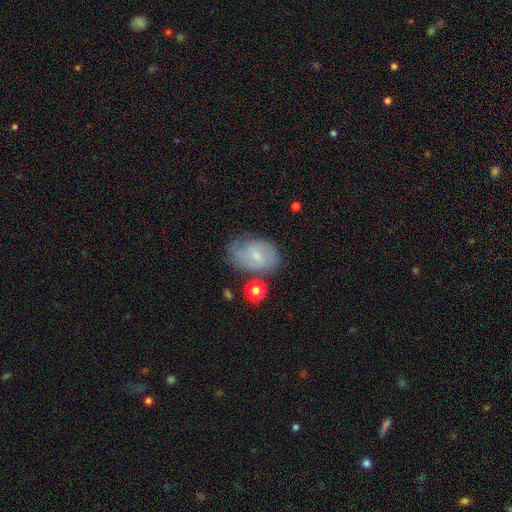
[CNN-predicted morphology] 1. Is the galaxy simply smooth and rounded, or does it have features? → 57% featured or disk, 35% smooth, 8% star or artifact.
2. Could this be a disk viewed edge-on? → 96% no, 4% yes.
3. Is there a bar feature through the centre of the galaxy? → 54% weak, 34% no, 12% strong.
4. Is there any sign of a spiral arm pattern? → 80% yes, 20% no.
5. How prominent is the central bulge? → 66% small, 23% moderate, 8% none, 1% large, 1% dominant.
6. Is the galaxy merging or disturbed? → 57% none, 26% minor disturbance, 11% major disturbance, 5% merger.